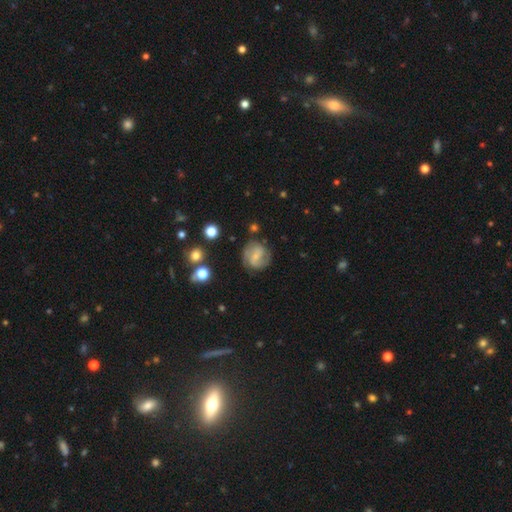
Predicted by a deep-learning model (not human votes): This is possibly a featured or disk galaxy (59%). It is clearly not viewed edge-on (97%). Bar: possibly weak (48%). Spiral arm pattern: clearly yes (83%). Central bulge: likely small (63%). Merging: likely none (71%).